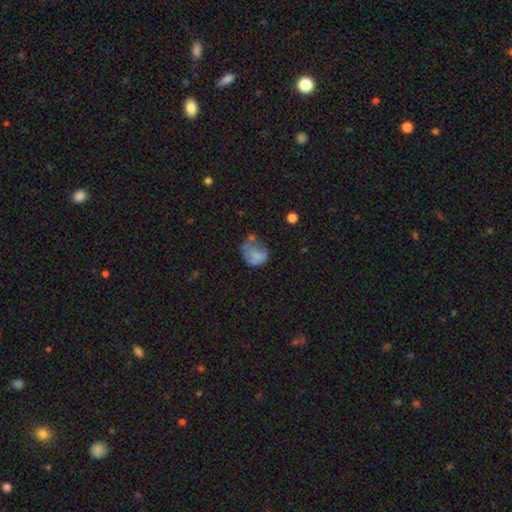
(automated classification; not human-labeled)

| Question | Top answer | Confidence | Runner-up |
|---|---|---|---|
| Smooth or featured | smooth | 65% | featured or disk (23%) |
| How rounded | round | 56% | in between (43%) |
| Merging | none | 34% | minor disturbance (32%) |